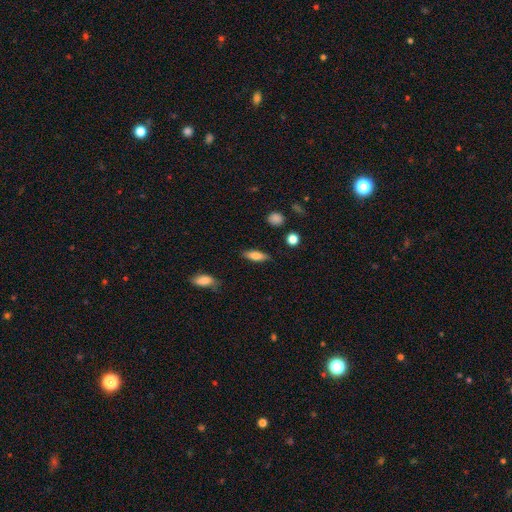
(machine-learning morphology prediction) smooth_or_featured: smooth (p=0.75) [alt: featured or disk p=0.18]
how_rounded: in between (p=0.57) [alt: cigar-shaped p=0.40]
merging: none (p=0.84) [alt: minor disturbance p=0.11]